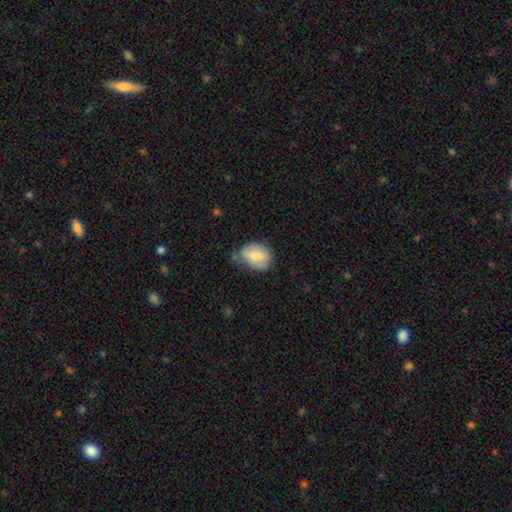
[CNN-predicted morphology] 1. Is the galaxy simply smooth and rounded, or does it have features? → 72% smooth, 21% featured or disk, 7% star or artifact.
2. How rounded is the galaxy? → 63% in between, 36% round, 1% cigar-shaped.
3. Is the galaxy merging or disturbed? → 51% none, 35% minor disturbance, 9% major disturbance, 5% merger.